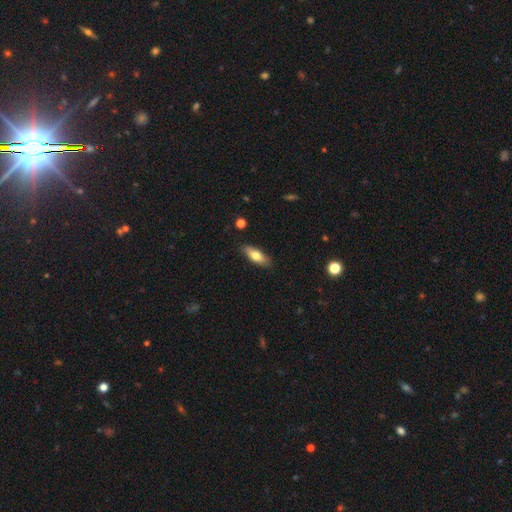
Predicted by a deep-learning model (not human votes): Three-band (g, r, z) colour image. It shows a smooth galaxy with no disk features (70%) that is in between round and cigar-shaped (64%). Merging: none (86%).